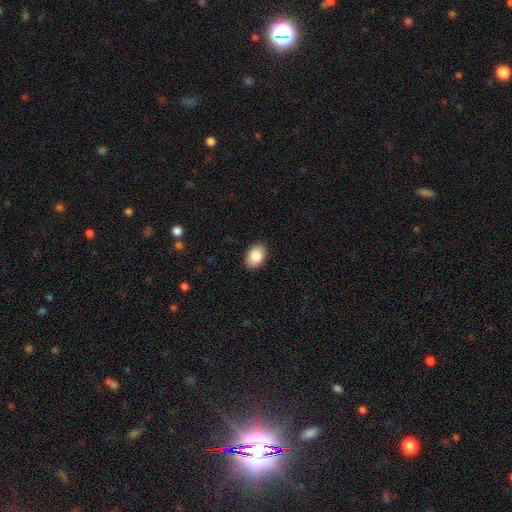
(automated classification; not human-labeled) smooth 85%, featured or disk 7%, star or artifact 7%. Down the decision tree: how rounded — in between (83%); merging — none (89%).